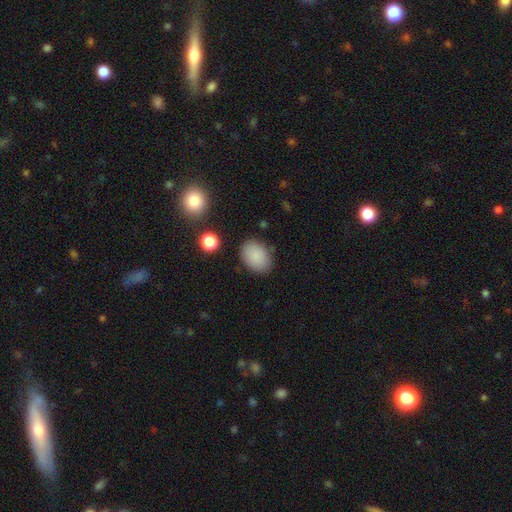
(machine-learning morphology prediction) Smooth or featured: smooth — 88% (star or artifact — 8%)
How rounded: in between — 76% (round — 23%)
Merging: none — 82% (minor disturbance — 12%)